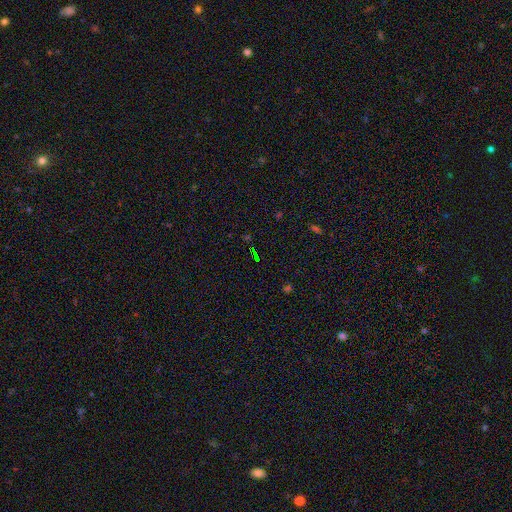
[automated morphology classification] A star or artifact, not a galaxy (71%).